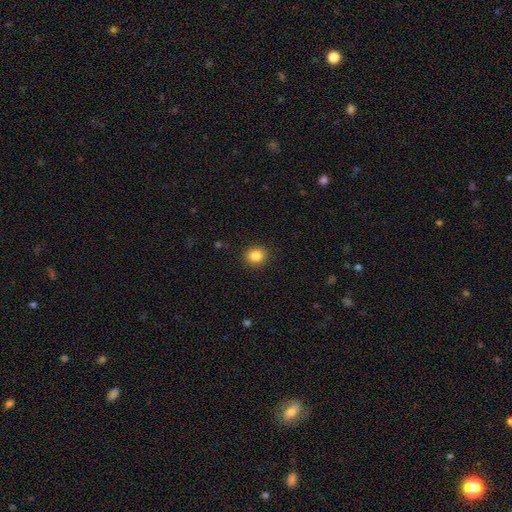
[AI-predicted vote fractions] This appears to be a smooth galaxy with no disk features (85%) that is round (78%). Merging: none (91%).